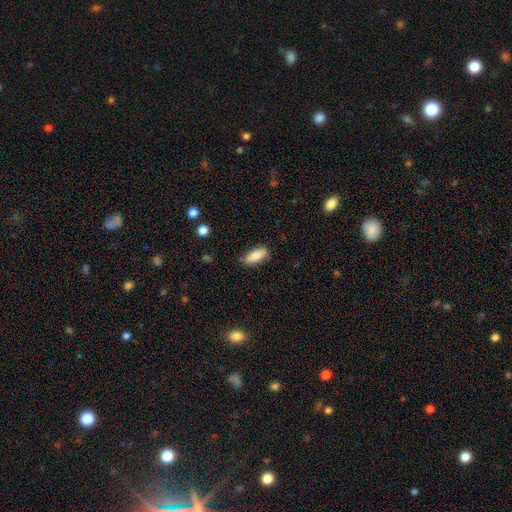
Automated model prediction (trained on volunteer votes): Overall: smooth (80%). How rounded: in between (74%). Merging: none (81%).